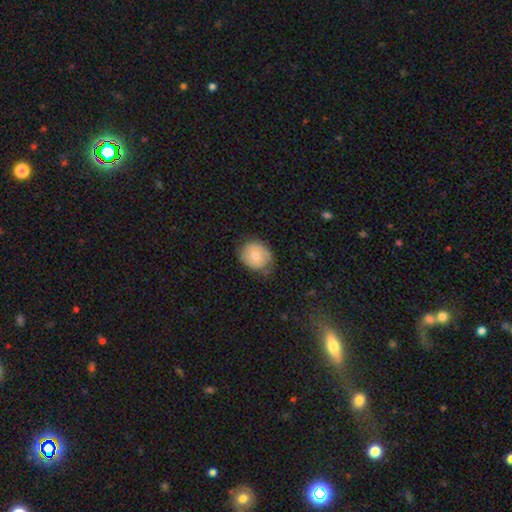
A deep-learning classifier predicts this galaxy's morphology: smooth_or_featured: smooth (p=0.63) [alt: featured or disk p=0.30]
how_rounded: round (p=0.72) [alt: in between p=0.27]
merging: none (p=0.68) [alt: minor disturbance p=0.25]